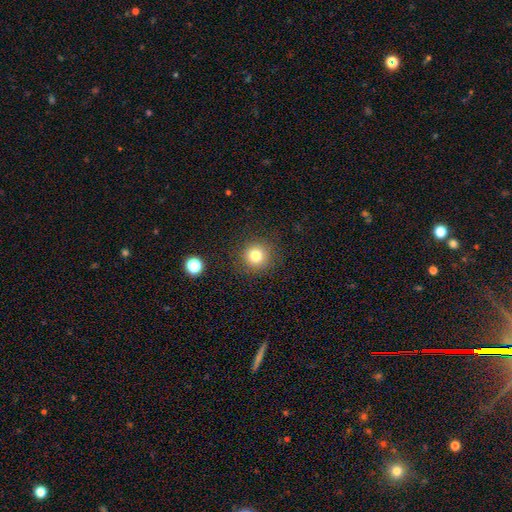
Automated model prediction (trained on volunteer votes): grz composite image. It shows a smooth galaxy with no disk features (80%) that is round (93%). Merging: none (88%).